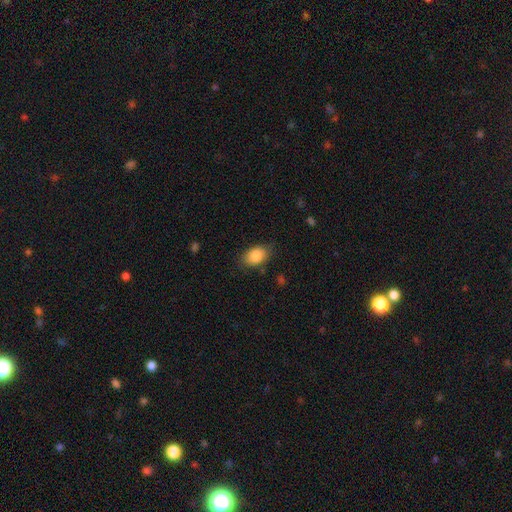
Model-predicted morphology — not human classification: Overall: smooth (87%). How rounded: in between (87%). Merging: none (78%).